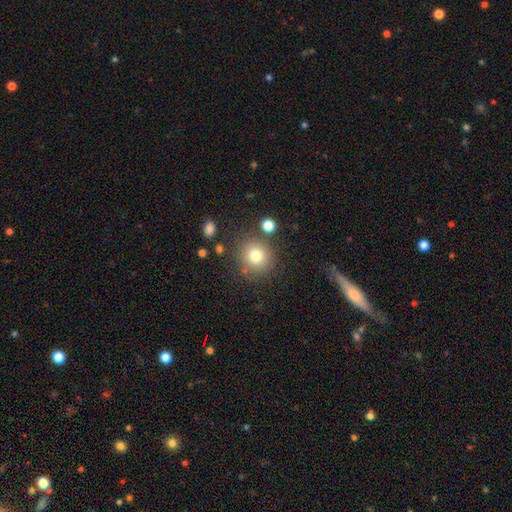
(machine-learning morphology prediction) A smooth galaxy with no disk features (78%) that is round (89%). Merging: none (80%).